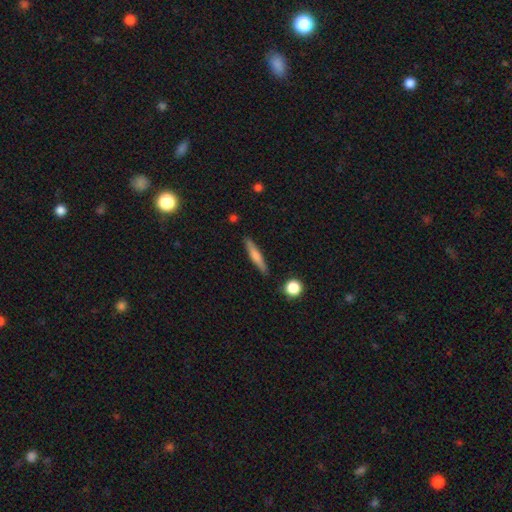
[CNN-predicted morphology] smooth-or-featured: smooth: 64% | featured or disk: 30% | star or artifact: 7%
  how-rounded: cigar-shaped: 90% | in between: 8% | round: 2%
  merging: none: 87% | minor disturbance: 9% | merger: 2% | major disturbance: 2%